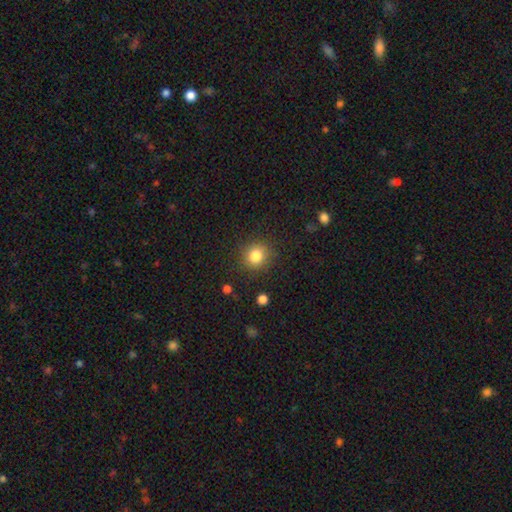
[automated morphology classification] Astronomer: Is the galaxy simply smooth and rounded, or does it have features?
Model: smooth — 83%.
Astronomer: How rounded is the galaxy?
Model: round — 85%.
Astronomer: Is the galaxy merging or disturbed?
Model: none — 88%.